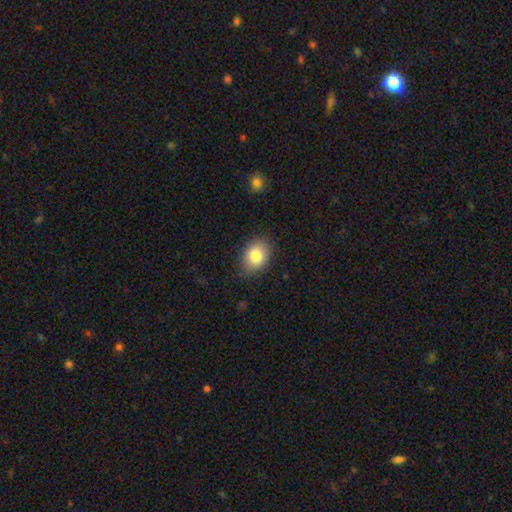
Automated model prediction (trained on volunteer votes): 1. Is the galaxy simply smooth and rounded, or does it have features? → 83% smooth, 9% featured or disk, 8% star or artifact.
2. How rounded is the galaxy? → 69% in between, 30% round, 1% cigar-shaped.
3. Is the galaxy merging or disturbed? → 79% none, 17% minor disturbance, 3% major disturbance, 1% merger.